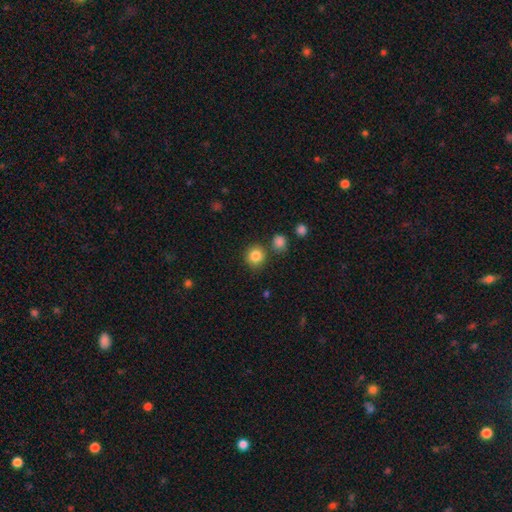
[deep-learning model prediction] Smooth or featured: smooth — 84% (star or artifact — 11%)
How rounded: round — 91% (in between — 8%)
Merging: none — 81% (minor disturbance — 8%)